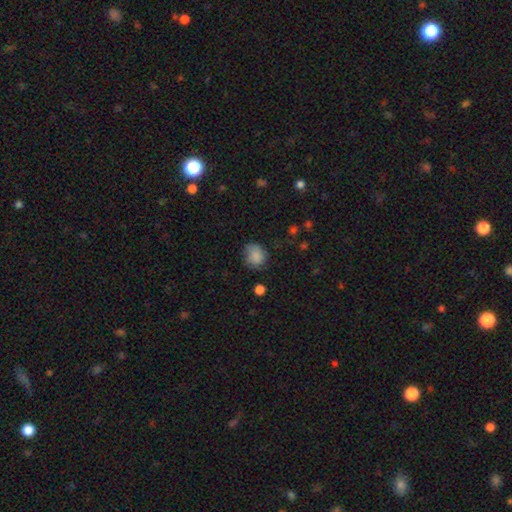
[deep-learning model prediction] smooth-or-featured: smooth: 83% | star or artifact: 9% | featured or disk: 9%
  how-rounded: round: 71% | in between: 28% | cigar-shaped: 1%
  merging: none: 66% | minor disturbance: 25% | major disturbance: 8% | merger: 2%